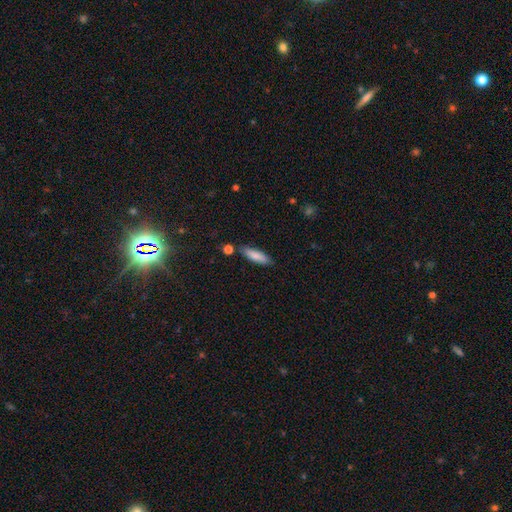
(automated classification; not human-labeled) This is clearly a smooth galaxy (85%). How rounded: possibly cigar-shaped (55%). Merging: clearly none (82%).